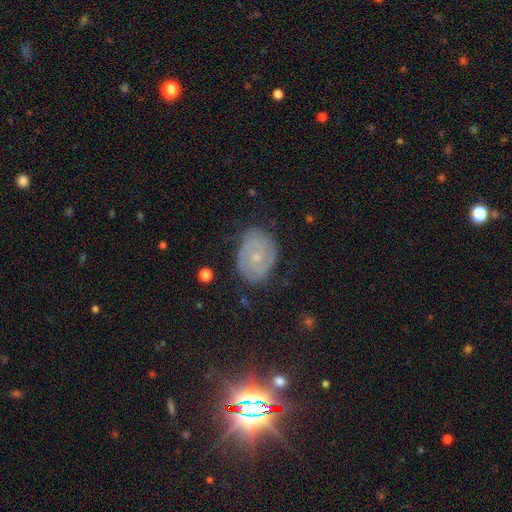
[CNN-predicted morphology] Smooth or featured? Predicted: featured or disk (p=0.75). Edge-on disk? Predicted: no (p=0.97). Bar? Predicted: no (p=0.66). Spiral arms? Predicted: yes (p=0.93). Spiral winding? Predicted: tight (p=0.66). Spiral arm count? Predicted: 2 (p=0.51). Bulge size? Predicted: small (p=0.74). Merging? Predicted: none (p=0.77).